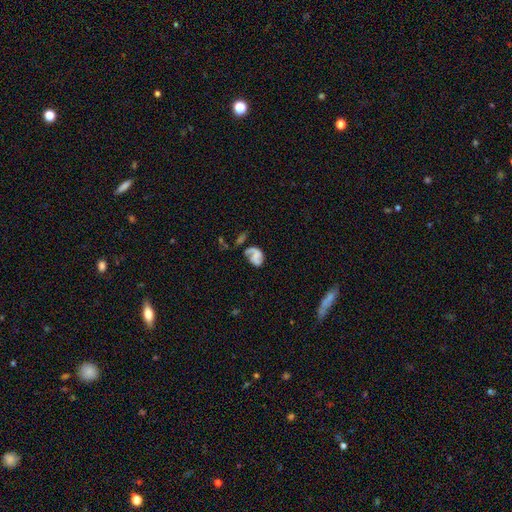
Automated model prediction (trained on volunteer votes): Morphology: type=featured or disk (54%); edge-on=no (97%); bar=no (68%); spiral arms=yes (75%); bulge=none (57%); merging=none (33%).